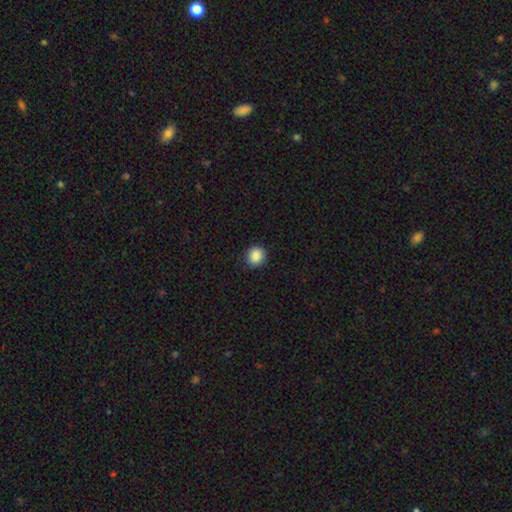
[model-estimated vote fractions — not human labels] smooth-or-featured: smooth: 88% | star or artifact: 9% | featured or disk: 3%
  how-rounded: round: 85% | in between: 14% | cigar-shaped: 1%
  merging: none: 90% | minor disturbance: 7% | major disturbance: 2% | merger: 1%